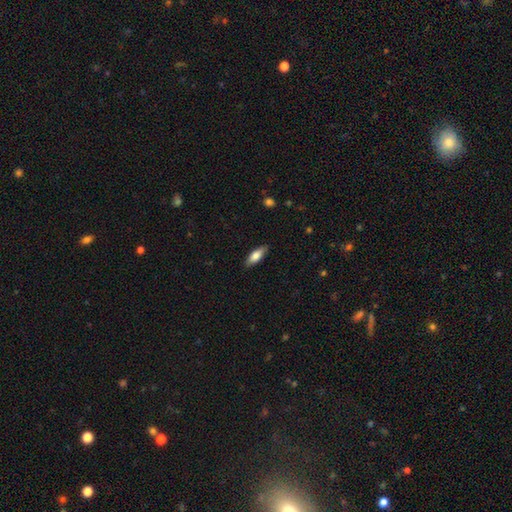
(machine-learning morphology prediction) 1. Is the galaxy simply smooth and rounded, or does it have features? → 76% smooth, 18% featured or disk, 6% star or artifact.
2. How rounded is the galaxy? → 71% in between, 27% cigar-shaped, 2% round.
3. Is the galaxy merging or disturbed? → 87% none, 11% minor disturbance, 2% major disturbance, 1% merger.